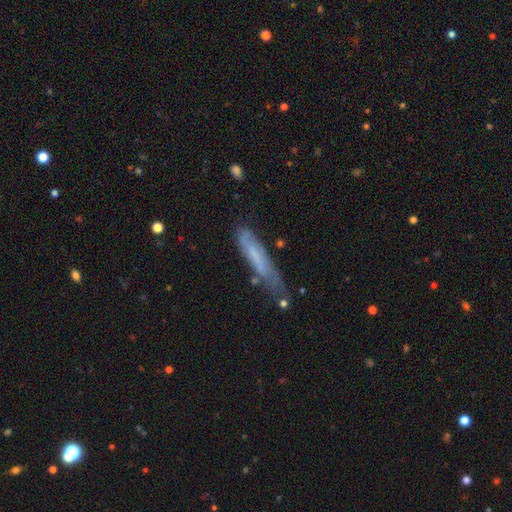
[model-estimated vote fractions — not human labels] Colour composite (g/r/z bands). It shows a smooth galaxy with no disk features (53%) that is cigar-shaped (86%). Merging: none (52%).